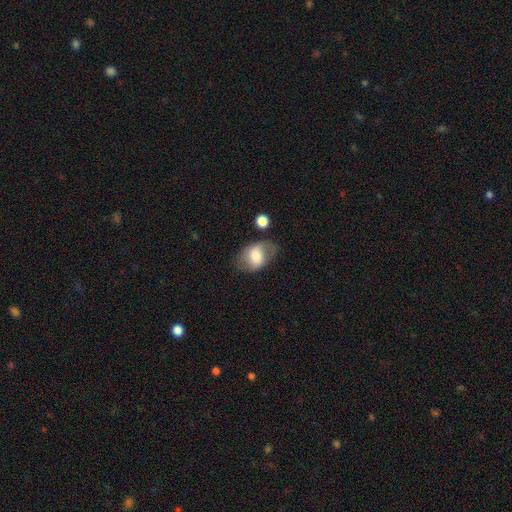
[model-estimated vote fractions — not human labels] Smooth or featured?
  - smooth: 65% *
  - featured or disk: 28%
  - star or artifact: 8%
How rounded?
  - in between: 81% *
  - round: 18%
  - cigar-shaped: 1%
Merging?
  - none: 58% *
  - minor disturbance: 25%
  - major disturbance: 11%
  - merger: 5%